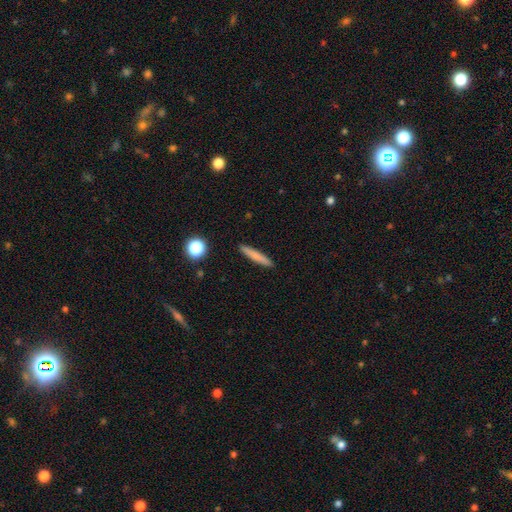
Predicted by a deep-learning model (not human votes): Morphology: type=smooth (73%); roundness=cigar-shaped (94%); merging=none (91%).